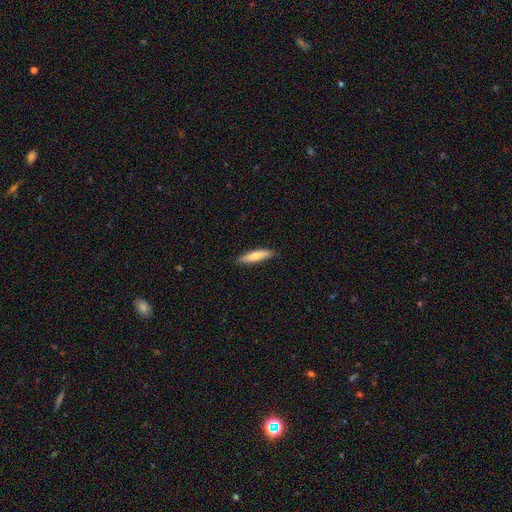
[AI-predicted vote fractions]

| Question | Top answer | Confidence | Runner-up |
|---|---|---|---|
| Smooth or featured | smooth | 74% | featured or disk (20%) |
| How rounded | cigar-shaped | 81% | in between (18%) |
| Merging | none | 89% | minor disturbance (8%) |